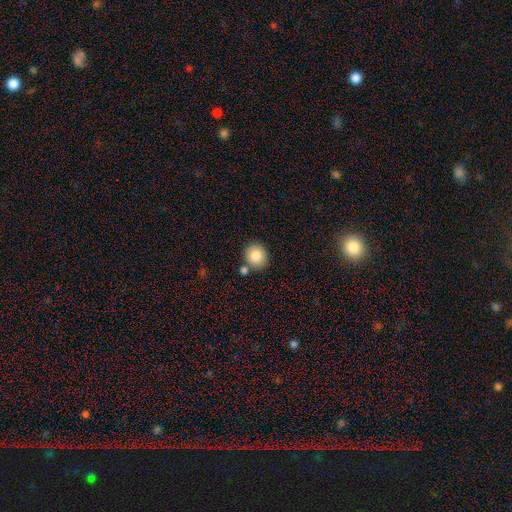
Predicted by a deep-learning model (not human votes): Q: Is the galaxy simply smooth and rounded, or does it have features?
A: smooth — 84%.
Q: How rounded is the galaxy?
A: round — 84%.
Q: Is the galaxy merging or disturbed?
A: none — 76%.